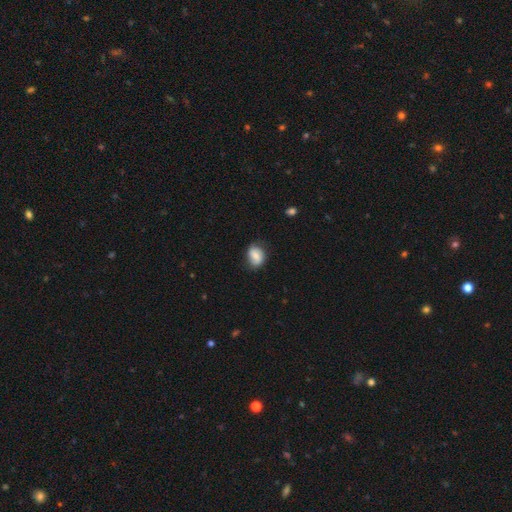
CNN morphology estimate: Overall: smooth (64%; featured or disk 28%). How rounded: in between (63%; round 35%). Merging: none (66%; minor disturbance 26%).